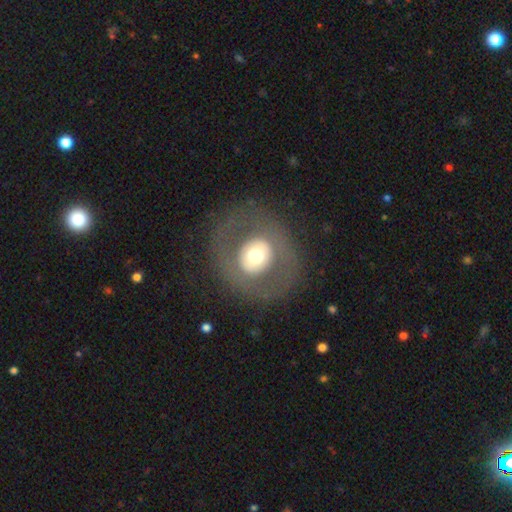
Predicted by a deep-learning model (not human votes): Q: Smooth or featured?
A: smooth (49%); runner-up: featured or disk (42%)
Q: Merging?
A: none (80%); runner-up: major disturbance (10%)